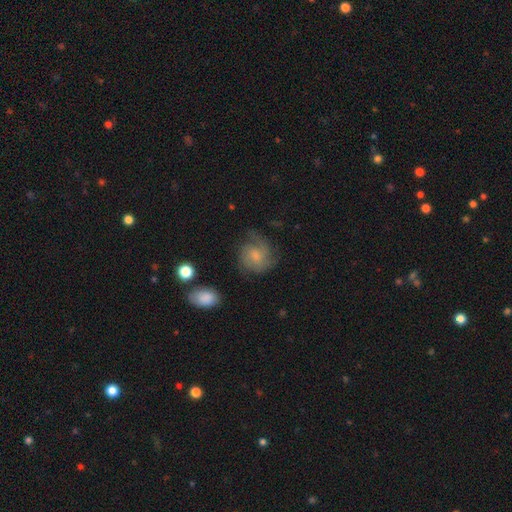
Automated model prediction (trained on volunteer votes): Overall: featured or disk (52%; smooth 40%). Edge-on disk: no (97%). Bar: no (68%; weak 29%). Spiral arms: yes (87%). Bulge size: small (47%; moderate 36%). Merging: none (56%; minor disturbance 24%).